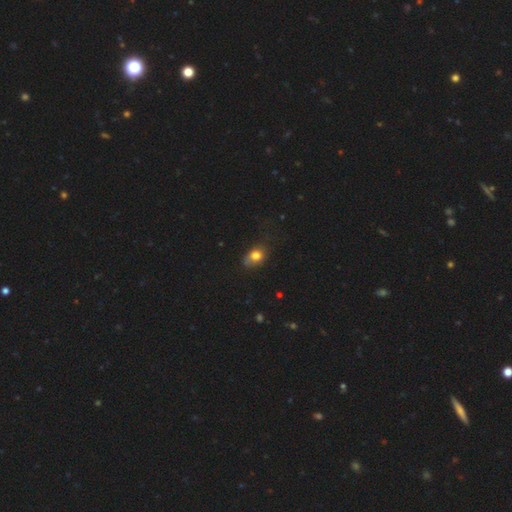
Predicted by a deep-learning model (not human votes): smooth_or_featured: smooth (p=0.78) [alt: star or artifact p=0.12]
how_rounded: in between (p=0.58) [alt: round p=0.40]
merging: none (p=0.54) [alt: minor disturbance p=0.32]